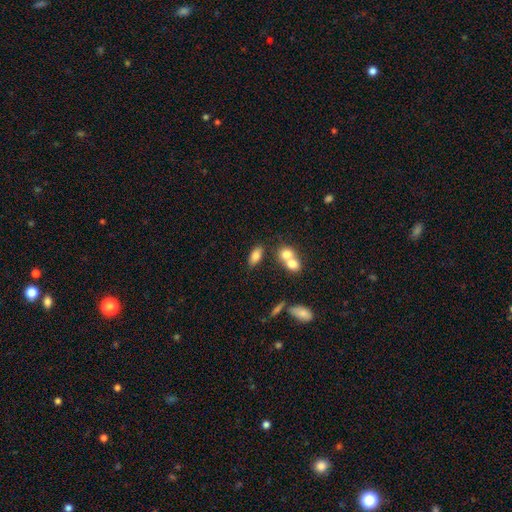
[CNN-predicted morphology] Smooth or featured: smooth — 78% (featured or disk — 12%)
How rounded: in between — 87% (cigar-shaped — 7%)
Merging: none — 63% (merger — 21%)